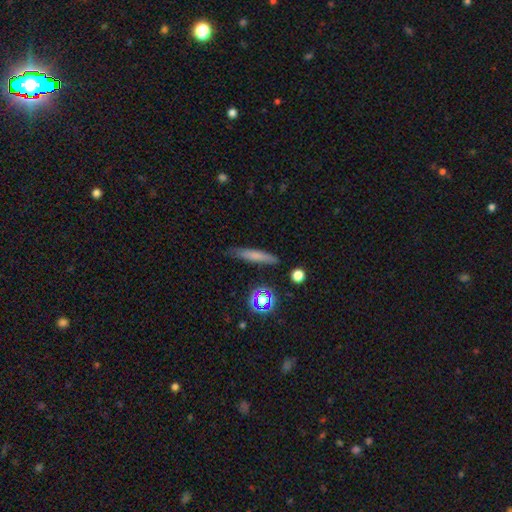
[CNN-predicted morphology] smooth-or-featured: smooth: 68% | featured or disk: 19% | star or artifact: 13%
  how-rounded: cigar-shaped: 85% | in between: 10% | round: 4%
  merging: none: 80% | minor disturbance: 14% | major disturbance: 3% | merger: 2%